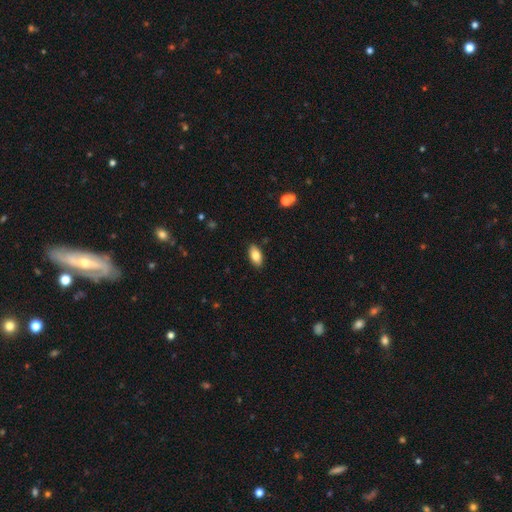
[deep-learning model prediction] A smooth galaxy with no disk features (81%) that is in between round and cigar-shaped (92%).

Vote fractions:
- Smooth or featured? smooth: 81% / featured or disk: 11% / star or artifact: 7%
- How rounded? in between: 92% / cigar-shaped: 5% / round: 3%
- Merging? none: 88% / minor disturbance: 9% / major disturbance: 2% / merger: 1%